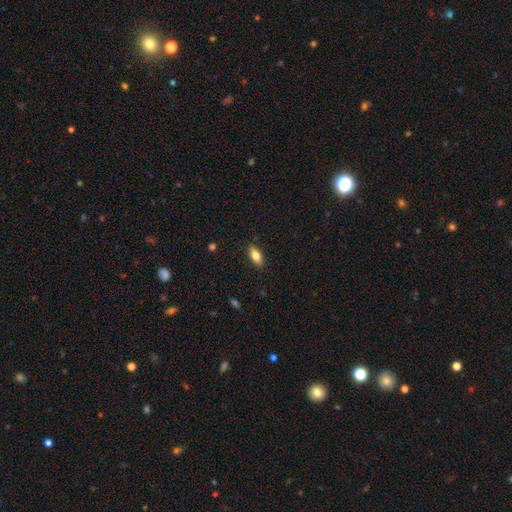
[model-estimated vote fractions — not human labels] A smooth galaxy with no disk features (76%) that is in between round and cigar-shaped (82%). Merging: none (88%).